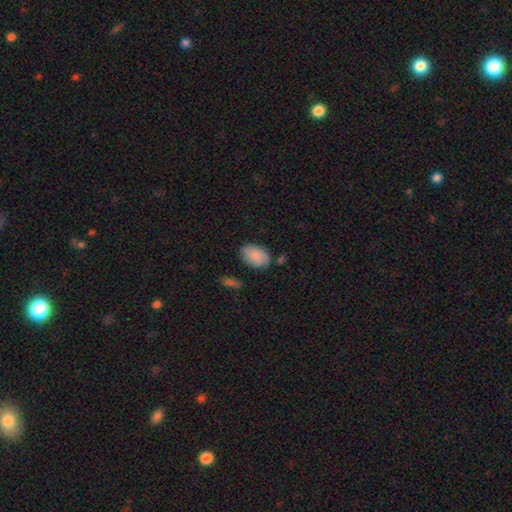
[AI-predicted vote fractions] Smooth or featured? smooth (87%)
How rounded? in between (91%)
Merging? none (74%)